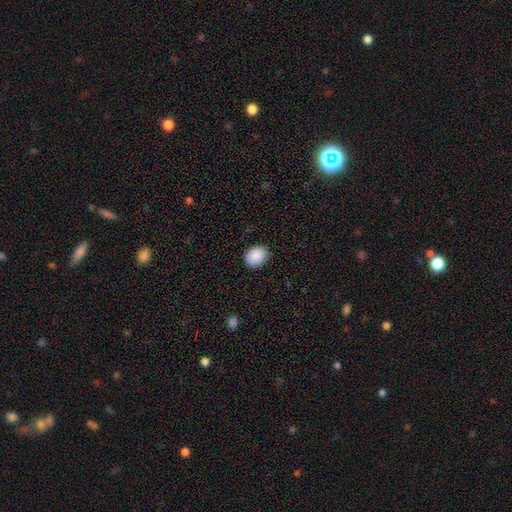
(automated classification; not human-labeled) This appears to be a smooth galaxy with no disk features (90%) that is in between round and cigar-shaped (57%). Merging: none (86%).